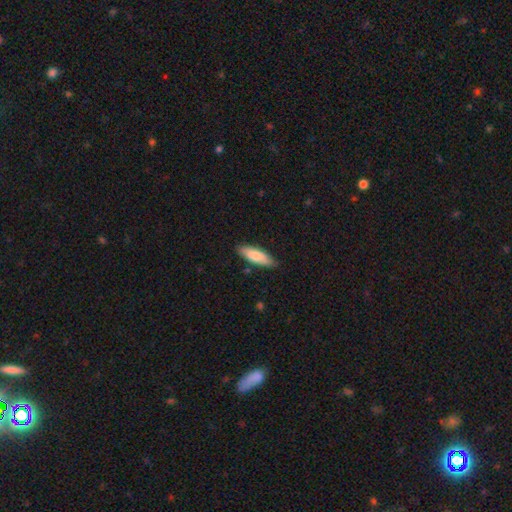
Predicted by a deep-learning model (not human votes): Smooth or featured?
  - smooth: 79% *
  - featured or disk: 15%
  - star or artifact: 5%
How rounded?
  - in between: 53% *
  - cigar-shaped: 45%
  - round: 2%
Merging?
  - none: 83% *
  - minor disturbance: 13%
  - major disturbance: 2%
  - merger: 2%